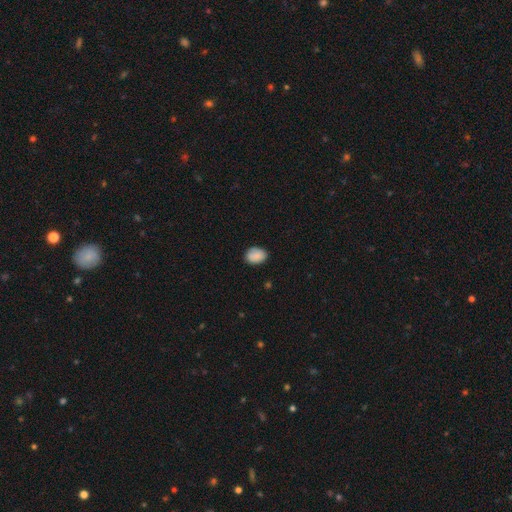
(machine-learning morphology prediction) A smooth galaxy with no disk features (87%) that is in between round and cigar-shaped (68%). Merging: none (81%).